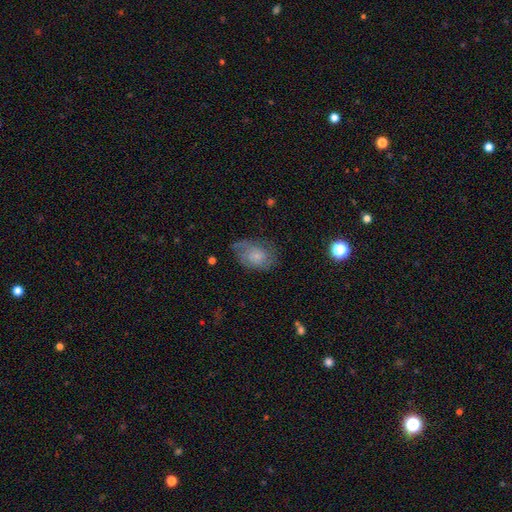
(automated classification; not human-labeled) Overall: featured or disk (46%; smooth 45%). Merging: none (54%; minor disturbance 27%).